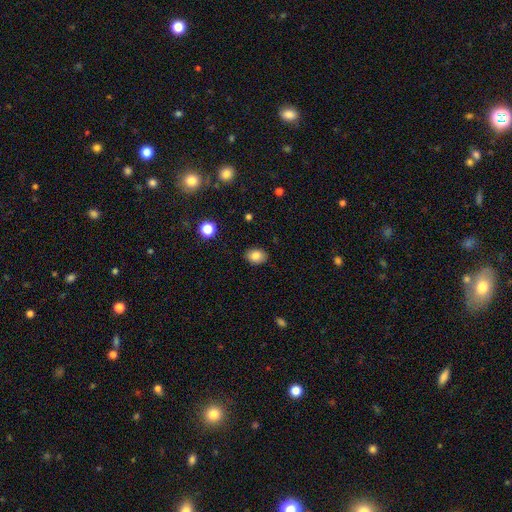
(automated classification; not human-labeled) Smooth or featured? Predicted: smooth (p=0.83). How rounded? Predicted: in between (p=0.68). Merging? Predicted: none (p=0.87).